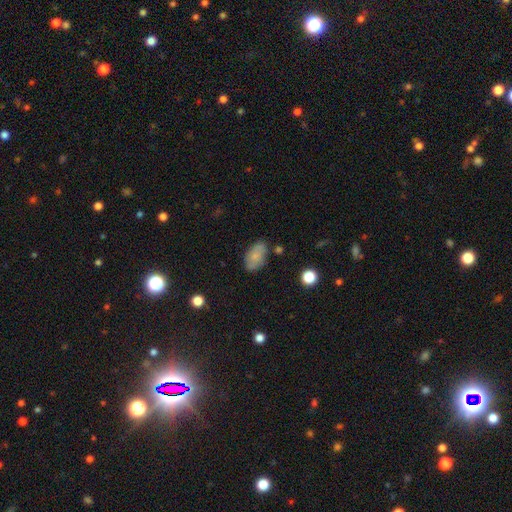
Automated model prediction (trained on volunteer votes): Smooth or featured?
  - smooth: 74% *
  - featured or disk: 18%
  - star or artifact: 8%
How rounded?
  - in between: 93% *
  - round: 5%
  - cigar-shaped: 2%
Merging?
  - none: 75% *
  - minor disturbance: 17%
  - major disturbance: 4%
  - merger: 3%